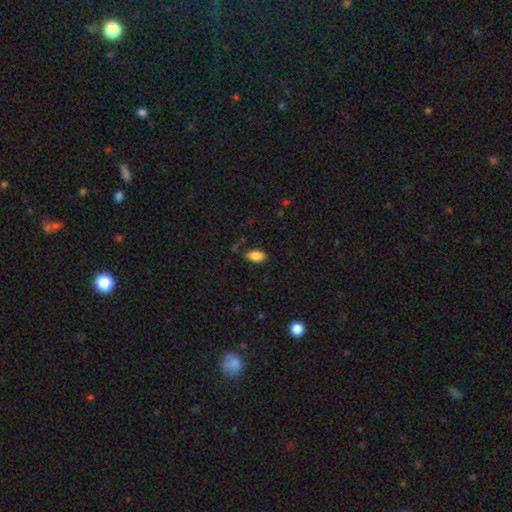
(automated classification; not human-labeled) smooth_or_featured: smooth (p=0.85) [alt: star or artifact p=0.08]
how_rounded: in between (p=0.93) [alt: round p=0.04]
merging: none (p=0.78) [alt: minor disturbance p=0.15]